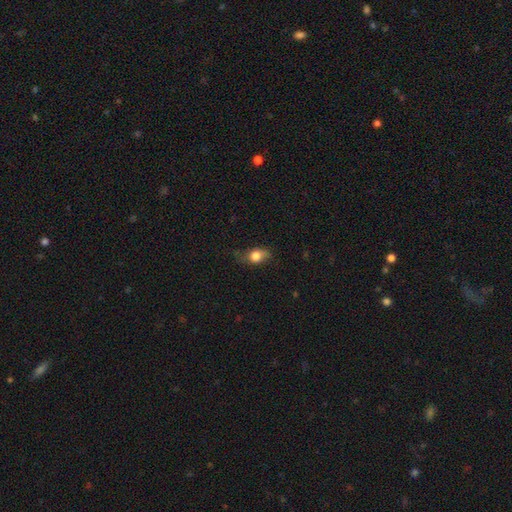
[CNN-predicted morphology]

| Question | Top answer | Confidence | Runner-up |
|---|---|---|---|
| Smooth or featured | smooth | 74% | featured or disk (16%) |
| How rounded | in between | 63% | round (32%) |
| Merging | none | 58% | minor disturbance (30%) |